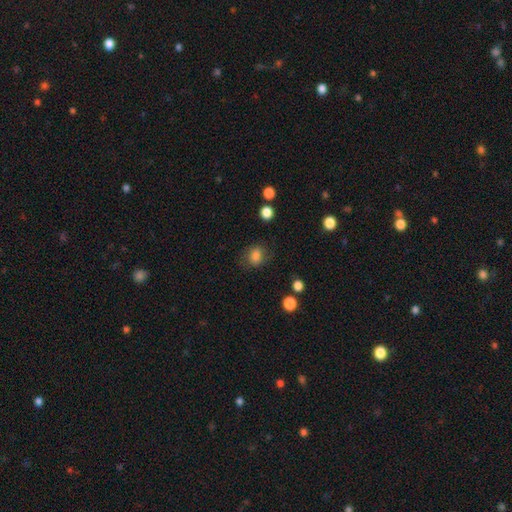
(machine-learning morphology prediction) type=smooth (83%); roundness=round (53%); merging=none (76%).